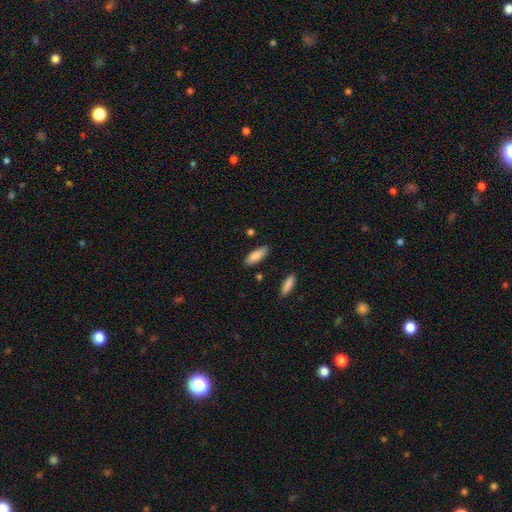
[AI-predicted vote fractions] Smooth or featured? Predicted: smooth (p=0.84). How rounded? Predicted: in between (p=0.65). Merging? Predicted: none (p=0.82).